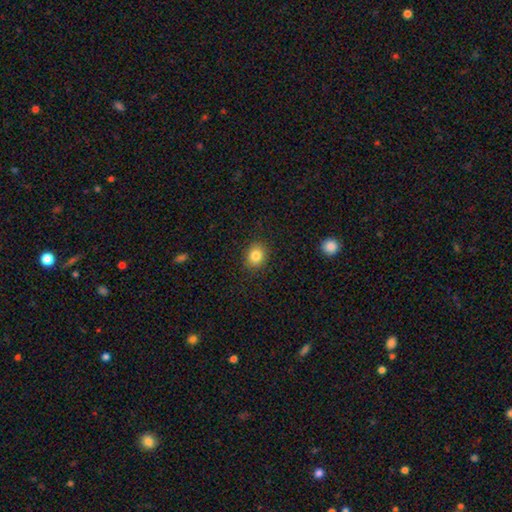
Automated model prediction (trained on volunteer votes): This is clearly a smooth galaxy (84%). How rounded: likely round (62%). Merging: clearly none (88%).